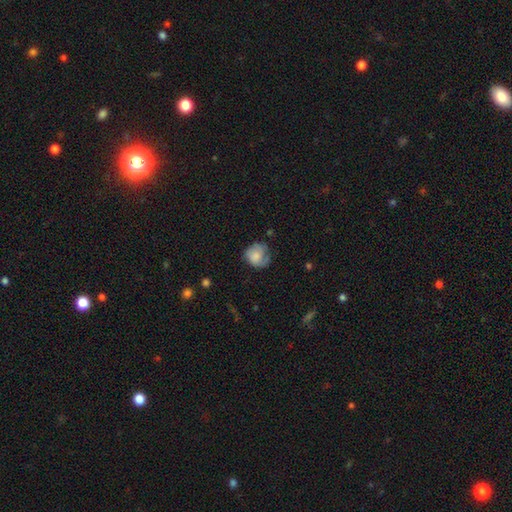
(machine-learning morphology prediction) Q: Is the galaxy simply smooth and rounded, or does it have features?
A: smooth — 64%.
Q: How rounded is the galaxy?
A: round — 76%.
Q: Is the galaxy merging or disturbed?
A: none — 53%.